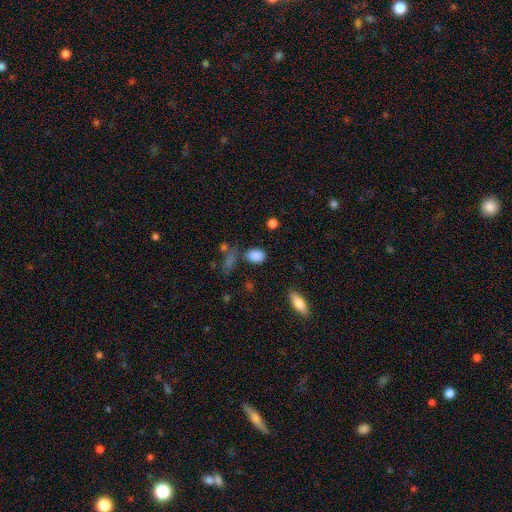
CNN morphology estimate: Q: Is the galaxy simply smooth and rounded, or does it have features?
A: smooth — 86%.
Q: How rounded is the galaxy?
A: in between — 74%.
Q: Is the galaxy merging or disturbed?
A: none — 71%.